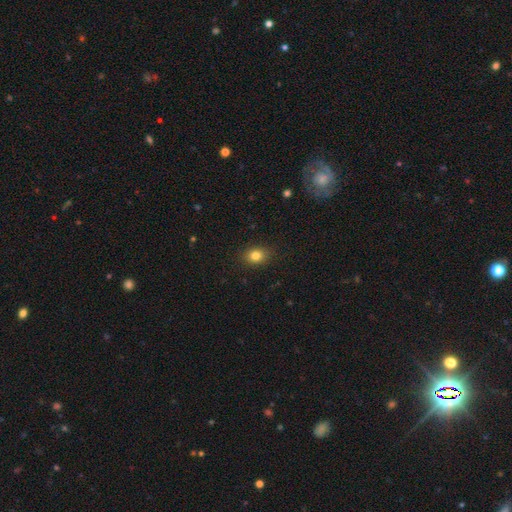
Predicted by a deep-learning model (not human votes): The model was most divided on "how rounded": in between: 56%, round: 43%, cigar-shaped: 1%. More confident: merging — none (87%); smooth or featured — smooth (82%).